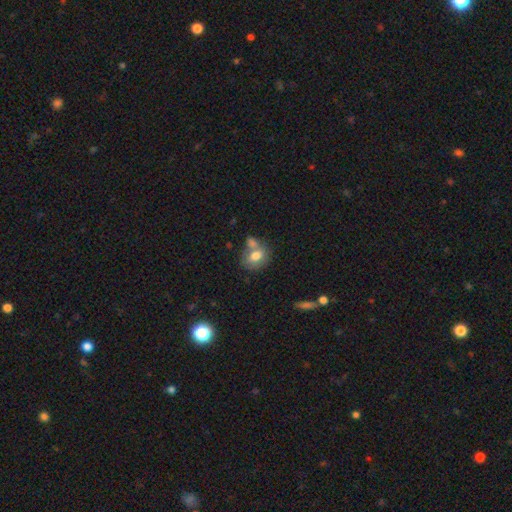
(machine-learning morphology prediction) smooth 72%, featured or disk 19%, star or artifact 8%. Down the decision tree: how rounded — in between (61%); merging — none (42%).